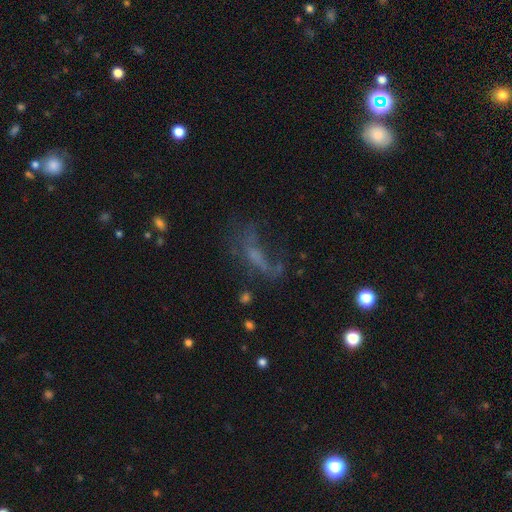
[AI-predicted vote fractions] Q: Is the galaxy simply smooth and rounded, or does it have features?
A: featured or disk — 42%.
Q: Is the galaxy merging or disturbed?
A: major disturbance — 40%.